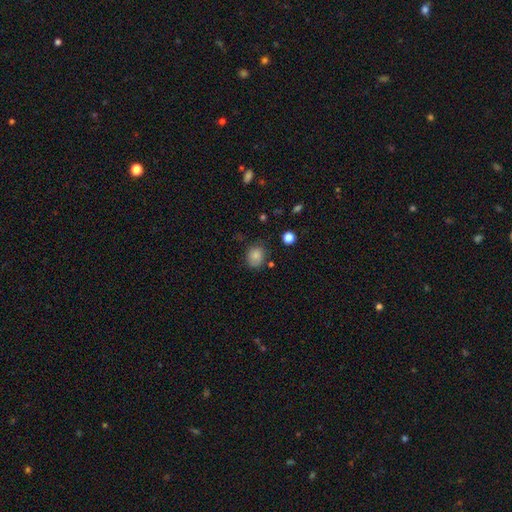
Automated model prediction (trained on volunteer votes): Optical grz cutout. It shows a smooth galaxy with no disk features (81%) that is round (55%). Merging: none (69%).